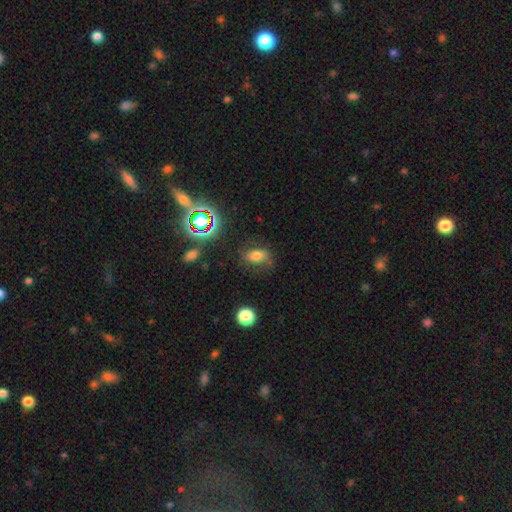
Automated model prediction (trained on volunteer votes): This is possibly a smooth galaxy (56%). How rounded: clearly in between (81%). Merging: likely none (64%).